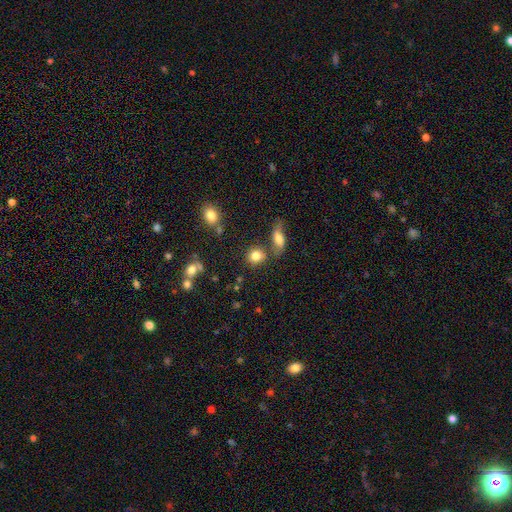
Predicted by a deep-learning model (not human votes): Smooth or featured: smooth — 82% (star or artifact — 10%)
How rounded: round — 76% (in between — 22%)
Merging: none — 69% (merger — 15%)